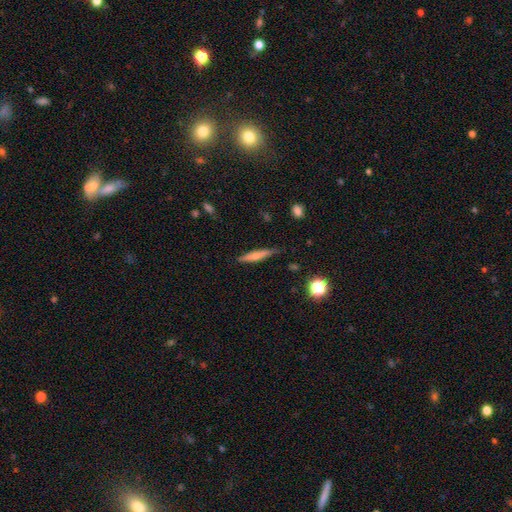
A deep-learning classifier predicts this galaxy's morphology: smooth_or_featured: smooth (p=0.56) [alt: featured or disk p=0.37]
how_rounded: cigar-shaped (p=0.88) [alt: in between p=0.09]
merging: none (p=0.76) [alt: minor disturbance p=0.18]